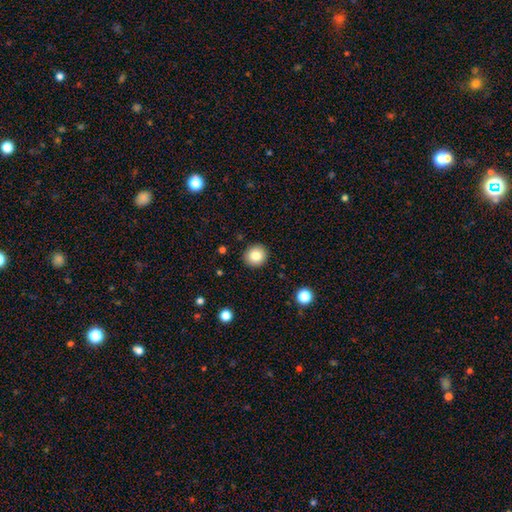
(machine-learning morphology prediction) A smooth galaxy with no disk features (83%) that is round (88%).

Vote fractions:
- Smooth or featured? smooth: 83% / star or artifact: 10% / featured or disk: 8%
- How rounded? round: 88% / in between: 11% / cigar-shaped: 1%
- Merging? none: 91% / minor disturbance: 6% / major disturbance: 2% / merger: 1%